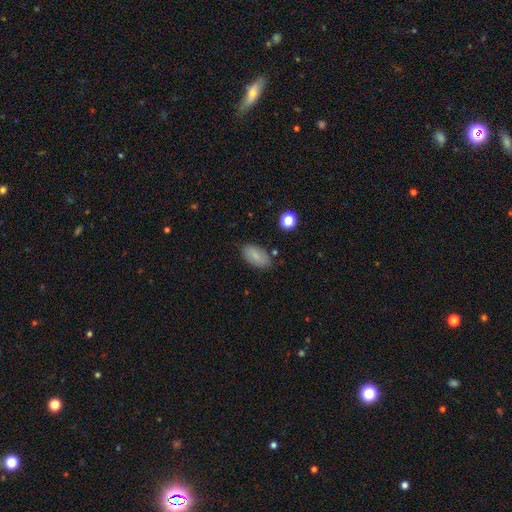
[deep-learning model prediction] The model was most divided on "smooth or featured": smooth: 77%, featured or disk: 15%, star or artifact: 8%. More confident: how rounded — in between (93%); merging — none (82%).